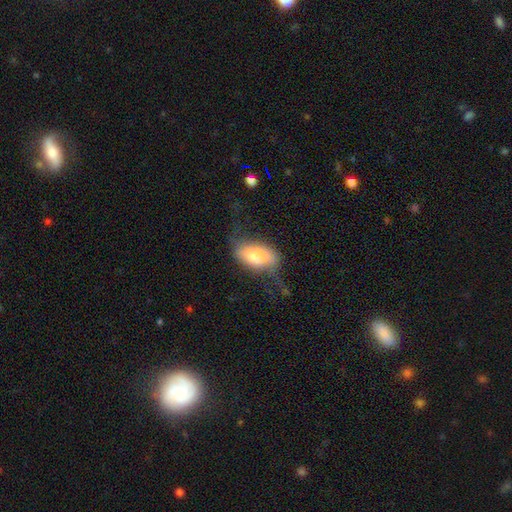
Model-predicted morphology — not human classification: A smooth galaxy with no disk features (61%) that is in between round and cigar-shaped (91%).

Vote fractions:
- Smooth or featured? smooth: 61% / featured or disk: 32% / star or artifact: 7%
- How rounded? in between: 91% / round: 5% / cigar-shaped: 4%
- Merging? none: 43% / minor disturbance: 29% / major disturbance: 25% / merger: 3%